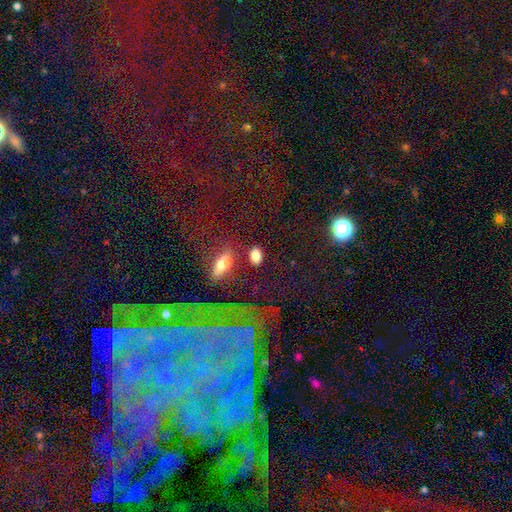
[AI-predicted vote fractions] Morphology: type=smooth (83%); roundness=in between (82%); merging=none (78%).